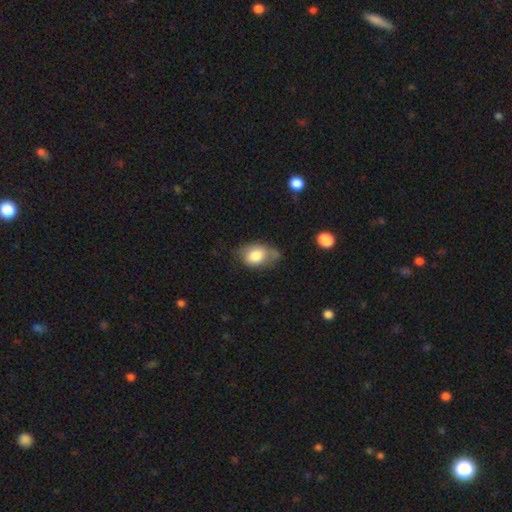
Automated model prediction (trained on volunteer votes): Smooth or featured? smooth (78%)
How rounded? in between (79%)
Merging? none (45%)